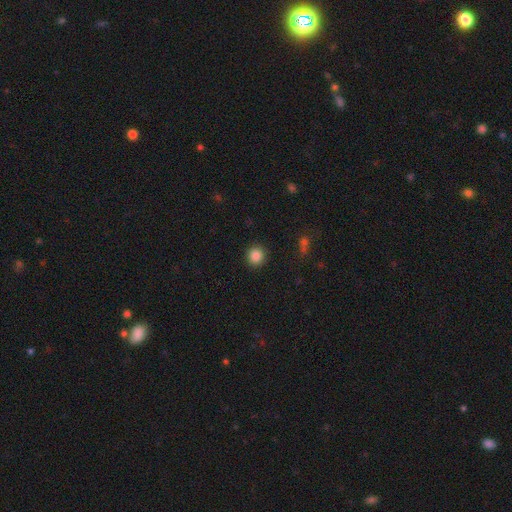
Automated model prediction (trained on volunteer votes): A smooth galaxy with no disk features (86%) that is round (92%). Merging: none (91%).